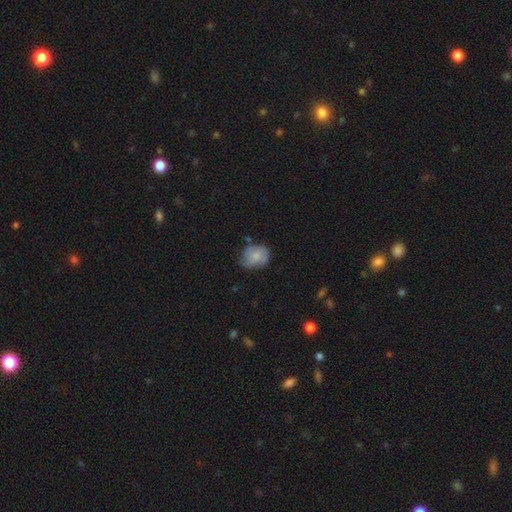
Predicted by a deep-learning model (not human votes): Overall: smooth (61%; featured or disk 32%). How rounded: in between (51%; round 48%). Merging: none (56%; minor disturbance 32%).